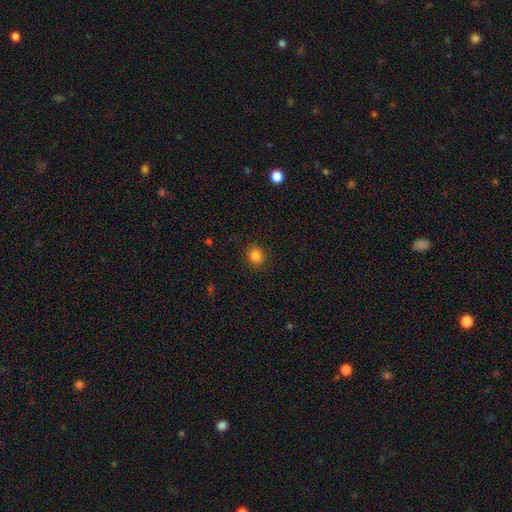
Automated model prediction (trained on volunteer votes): Smooth or featured? Predicted: smooth (p=0.83). How rounded? Predicted: round (p=0.74). Merging? Predicted: none (p=0.89).